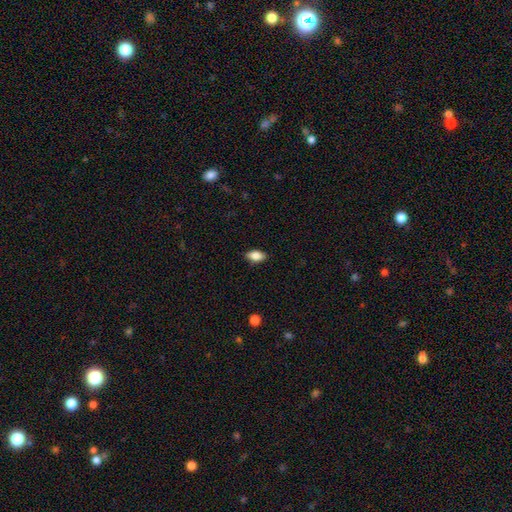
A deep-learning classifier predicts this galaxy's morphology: This is clearly a smooth galaxy (81%). How rounded: clearly in between (89%). Merging: clearly none (86%).